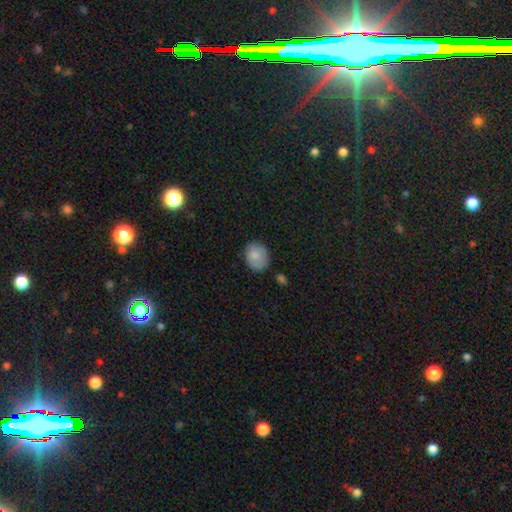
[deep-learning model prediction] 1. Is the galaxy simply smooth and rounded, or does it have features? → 81% smooth, 12% featured or disk, 7% star or artifact.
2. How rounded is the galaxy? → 58% round, 41% in between, 1% cigar-shaped.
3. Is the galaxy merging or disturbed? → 76% none, 18% minor disturbance, 4% major disturbance, 2% merger.